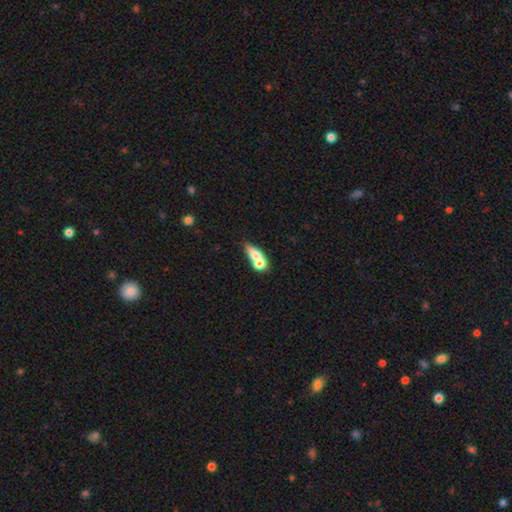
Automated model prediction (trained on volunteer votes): Smooth or featured? Predicted: smooth (p=0.64). How rounded? Predicted: in between (p=0.60). Merging? Predicted: merger (p=0.62).